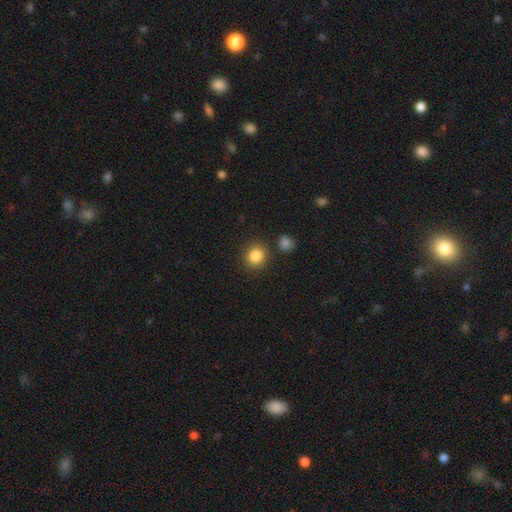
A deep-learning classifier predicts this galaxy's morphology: Smooth or featured: smooth — 85% (star or artifact — 10%)
How rounded: round — 82% (in between — 17%)
Merging: none — 85% (minor disturbance — 8%)